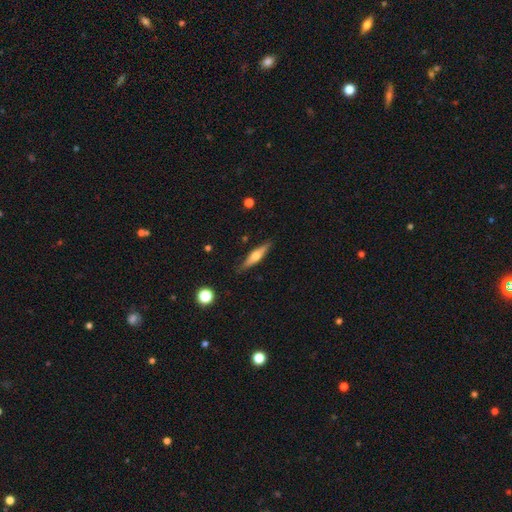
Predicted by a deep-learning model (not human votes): A featured or disk galaxy (55%) viewed edge-on (93%) with a rounded central bulge (90%). Merging: none (85%).